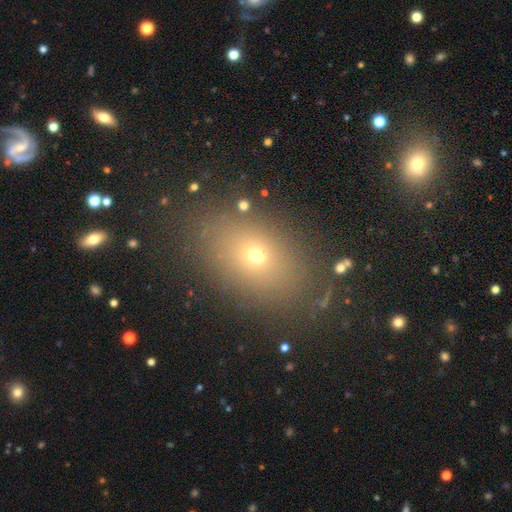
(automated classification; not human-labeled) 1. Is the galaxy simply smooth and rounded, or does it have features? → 64% smooth, 21% star or artifact, 15% featured or disk.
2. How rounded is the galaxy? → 71% in between, 27% round, 2% cigar-shaped.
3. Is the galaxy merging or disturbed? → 79% none, 11% minor disturbance, 6% major disturbance, 4% merger.